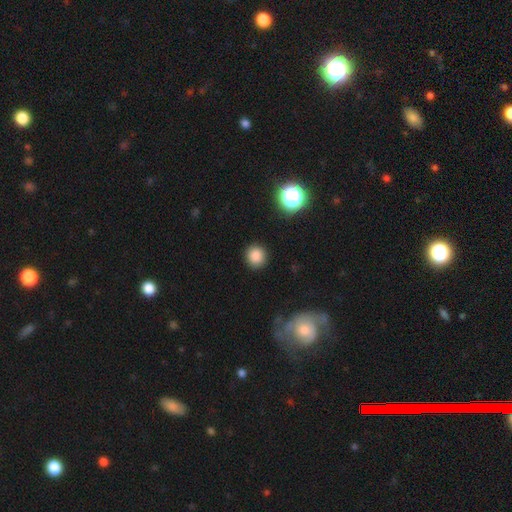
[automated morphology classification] type=smooth (84%); roundness=round (91%); merging=none (89%).